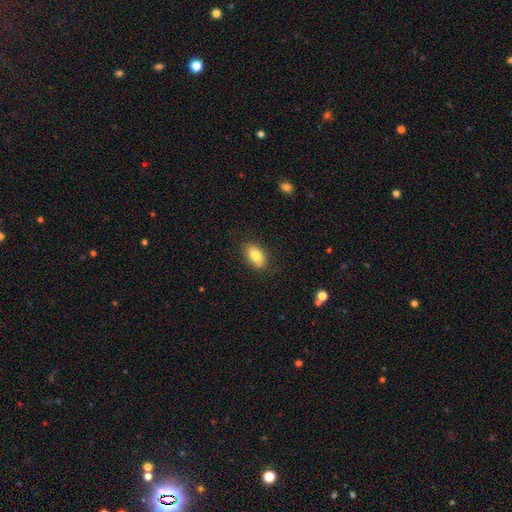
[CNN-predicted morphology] Smooth or featured? smooth (83%)
How rounded? in between (90%)
Merging? none (85%)